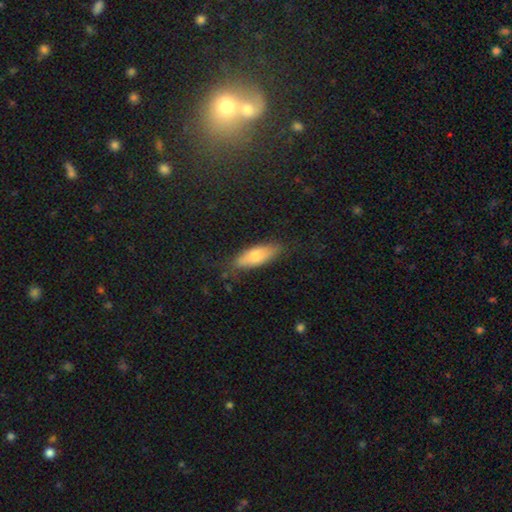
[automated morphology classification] smooth_or_featured: smooth (p=0.74) [alt: featured or disk p=0.20]
how_rounded: in between (p=0.67) [alt: cigar-shaped p=0.30]
merging: none (p=0.73) [alt: minor disturbance p=0.20]